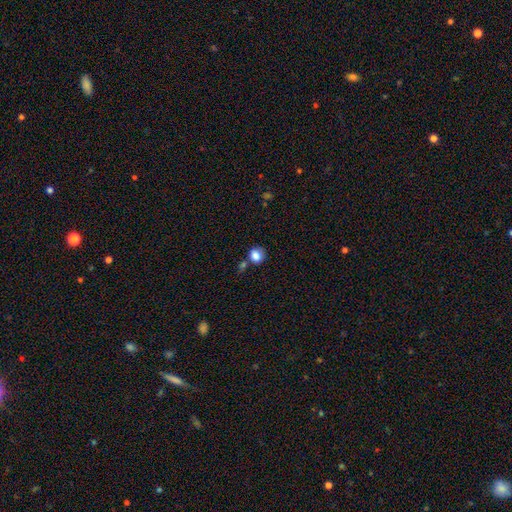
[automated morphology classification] smooth-or-featured: smooth: 83% | star or artifact: 10% | featured or disk: 7%
  how-rounded: round: 70% | in between: 29% | cigar-shaped: 1%
  merging: none: 59% | minor disturbance: 19% | merger: 15% | major disturbance: 7%